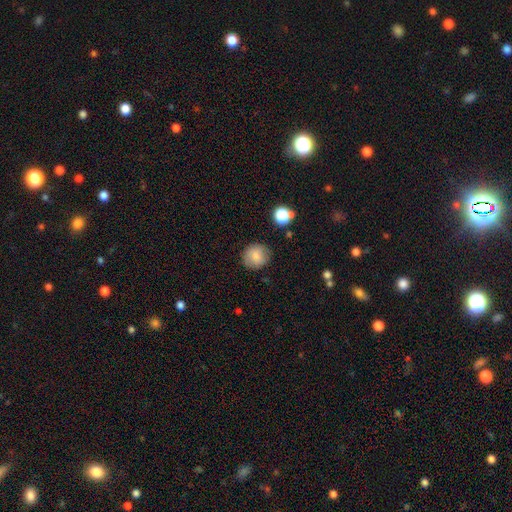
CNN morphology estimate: smooth_or_featured: smooth (p=0.80) [alt: featured or disk p=0.10]
how_rounded: round (p=0.89) [alt: in between p=0.10]
merging: none (p=0.85) [alt: minor disturbance p=0.11]